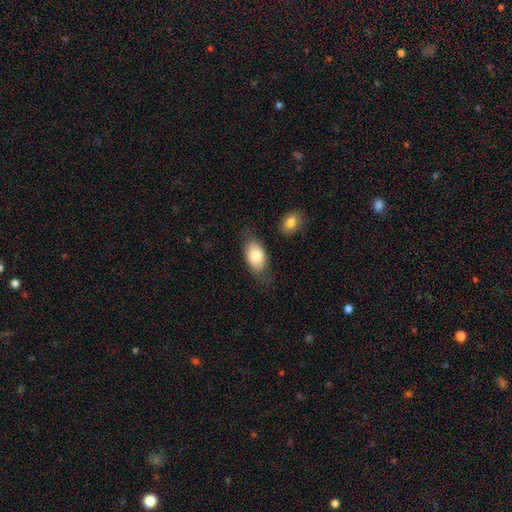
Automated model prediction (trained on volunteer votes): Smooth or featured? Predicted: smooth (p=0.80). How rounded? Predicted: in between (p=0.92). Merging? Predicted: none (p=0.70).